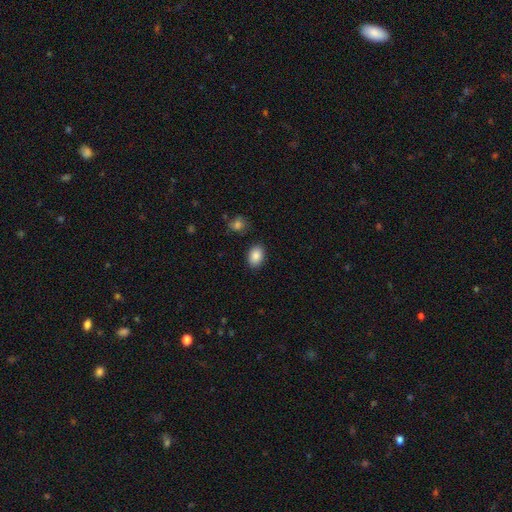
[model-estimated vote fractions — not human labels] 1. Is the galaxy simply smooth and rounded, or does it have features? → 87% smooth, 8% star or artifact, 5% featured or disk.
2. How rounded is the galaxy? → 84% in between, 15% round, 1% cigar-shaped.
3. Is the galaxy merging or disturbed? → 87% none, 9% minor disturbance, 2% major disturbance, 2% merger.